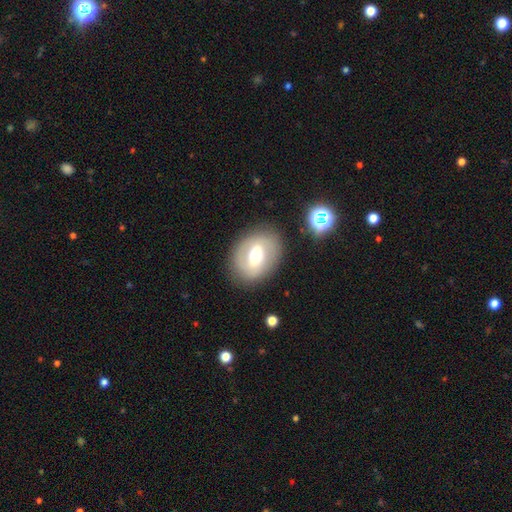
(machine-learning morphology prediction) This appears to be a featured or disk galaxy (51%). Merging: none (81%).